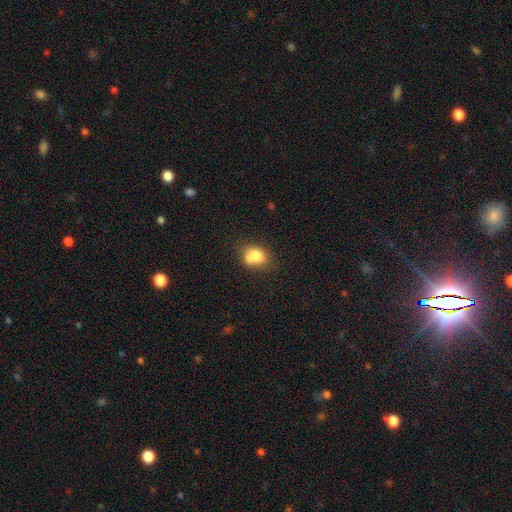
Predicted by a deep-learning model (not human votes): The model was most divided on "merging" (2-way tie): none: 39%, merger: 39%, minor disturbance: 17%, major disturbance: 6%. More confident: smooth or featured — smooth (75%); how rounded — in between (50%).